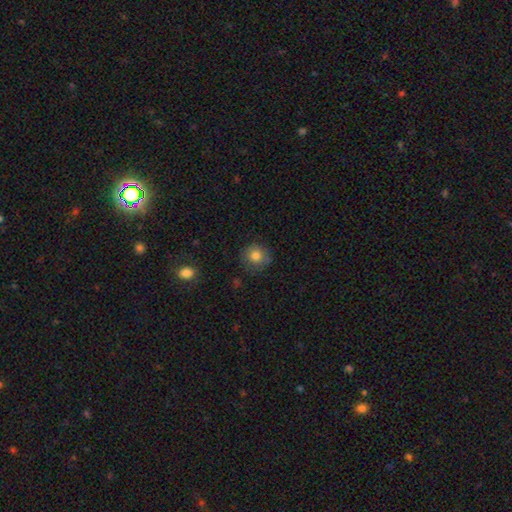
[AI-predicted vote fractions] This appears to be a smooth galaxy with no disk features (81%) that is round (89%). Merging: none (79%).